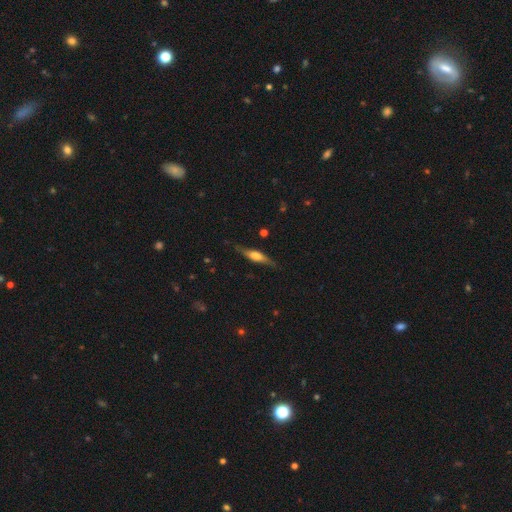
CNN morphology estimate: A featured or disk galaxy (62%) viewed edge-on (92%) with a rounded central bulge (76%). Merging: none (80%).